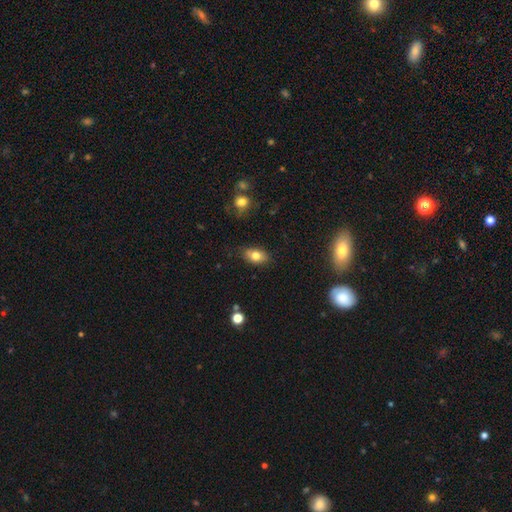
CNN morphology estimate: Smooth or featured: smooth — 77% (featured or disk — 14%)
How rounded: in between — 85% (round — 13%)
Merging: none — 78% (minor disturbance — 17%)